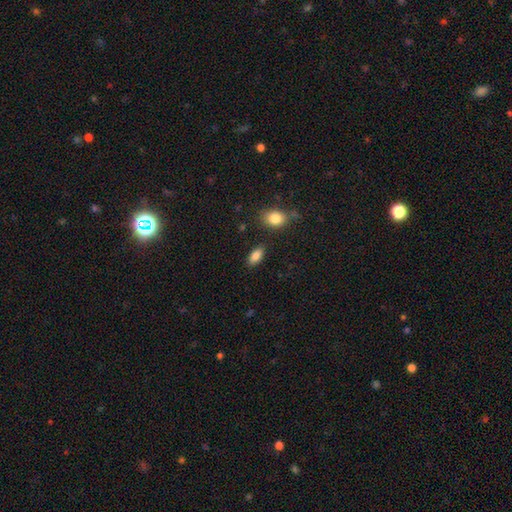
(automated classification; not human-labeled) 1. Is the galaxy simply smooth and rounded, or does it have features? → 86% smooth, 8% star or artifact, 6% featured or disk.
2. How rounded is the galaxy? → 90% in between, 6% cigar-shaped, 4% round.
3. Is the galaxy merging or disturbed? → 85% none, 10% minor disturbance, 3% merger, 3% major disturbance.